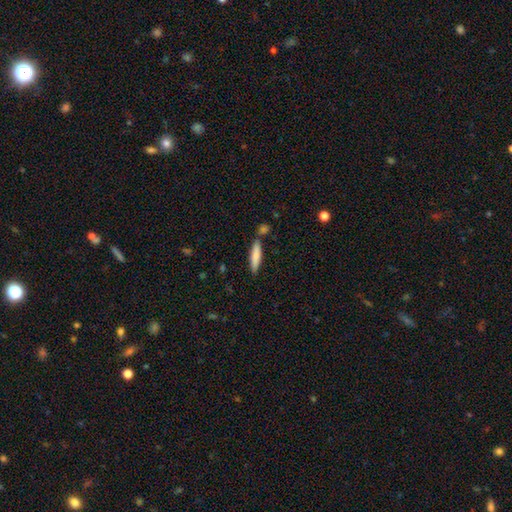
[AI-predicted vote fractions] This appears to be a smooth galaxy with no disk features (79%) that is cigar-shaped (81%). Merging: none (75%).